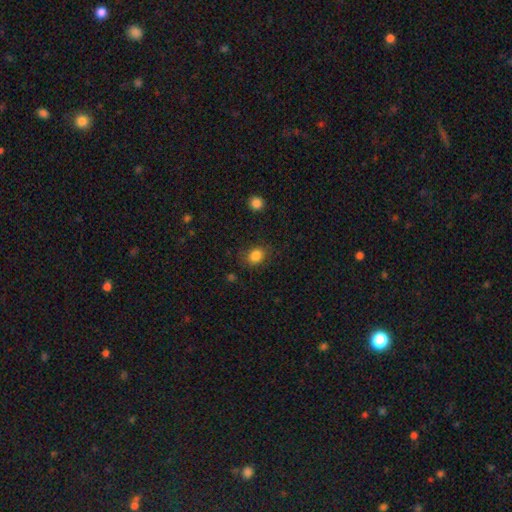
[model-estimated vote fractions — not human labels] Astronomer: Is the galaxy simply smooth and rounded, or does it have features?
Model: smooth — 84%.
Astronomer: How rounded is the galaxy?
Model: round — 57% (runner-up: in between, 42%).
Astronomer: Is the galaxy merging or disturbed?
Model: none — 79%.